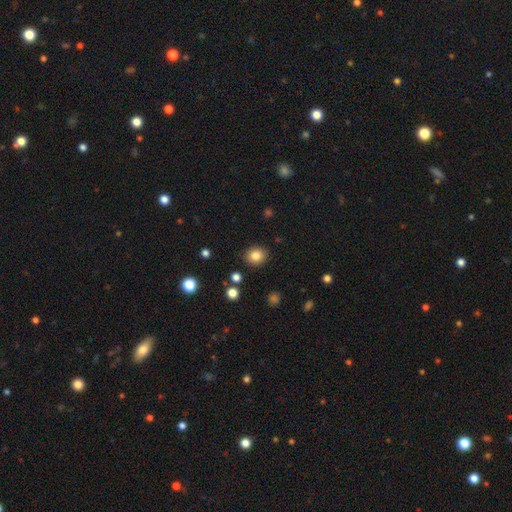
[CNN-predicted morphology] smooth_or_featured: smooth (p=0.82) [alt: star or artifact p=0.11]
how_rounded: round (p=0.72) [alt: in between p=0.27]
merging: none (p=0.89) [alt: minor disturbance p=0.07]